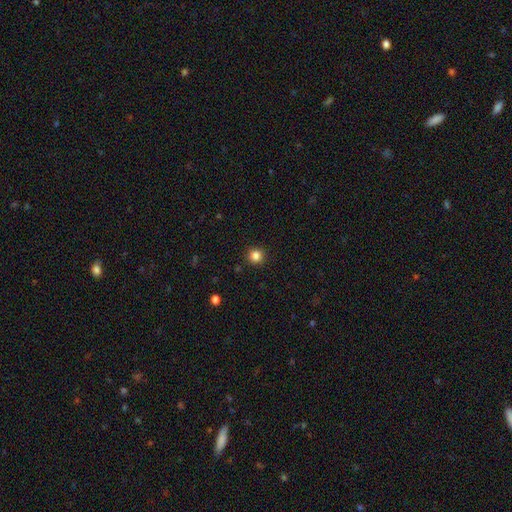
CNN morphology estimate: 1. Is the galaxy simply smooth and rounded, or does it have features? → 84% smooth, 12% star or artifact, 4% featured or disk.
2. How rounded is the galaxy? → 94% round, 5% in between, 1% cigar-shaped.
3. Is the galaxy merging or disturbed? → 92% none, 5% minor disturbance, 2% major disturbance, 1% merger.